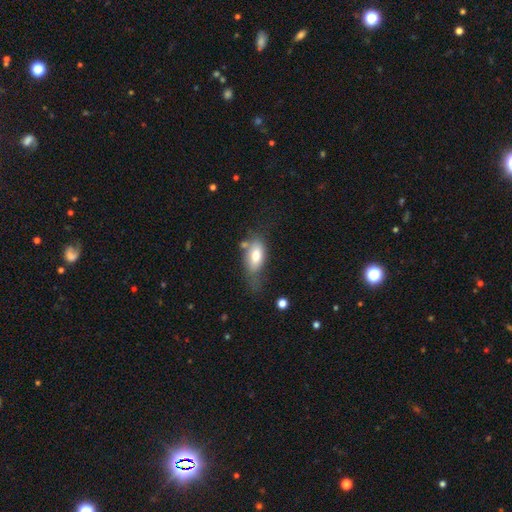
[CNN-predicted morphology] Smooth or featured?
  - smooth: 74% *
  - featured or disk: 19%
  - star or artifact: 7%
How rounded?
  - in between: 88% *
  - cigar-shaped: 8%
  - round: 5%
Merging?
  - none: 37% *
  - minor disturbance: 32%
  - major disturbance: 21%
  - merger: 10%